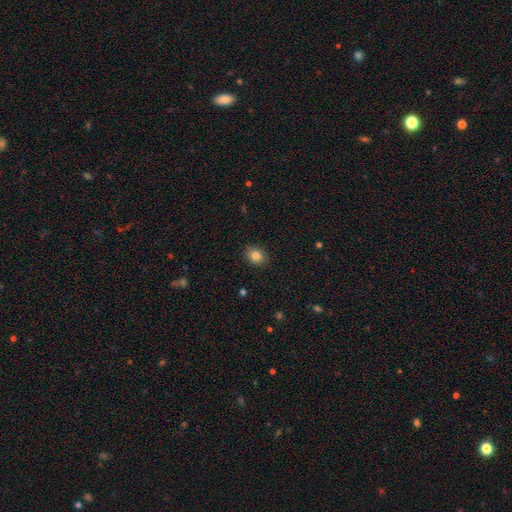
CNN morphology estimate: smooth-or-featured: smooth: 83% | star or artifact: 10% | featured or disk: 7%
  how-rounded: round: 54% | in between: 45% | cigar-shaped: 1%
  merging: none: 88% | minor disturbance: 9% | major disturbance: 2% | merger: 1%